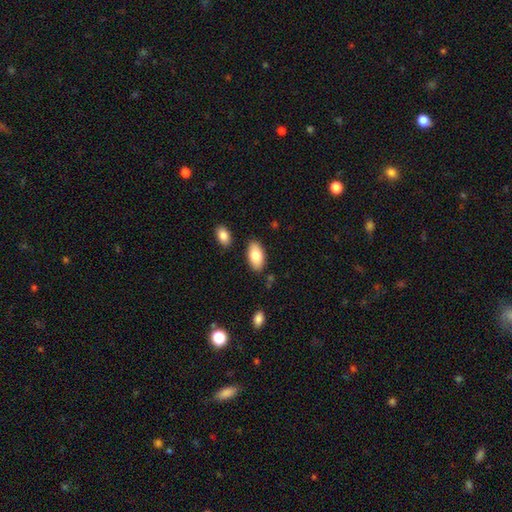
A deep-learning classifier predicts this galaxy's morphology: This is clearly a smooth galaxy (81%). How rounded: clearly in between (94%). Merging: clearly none (84%).